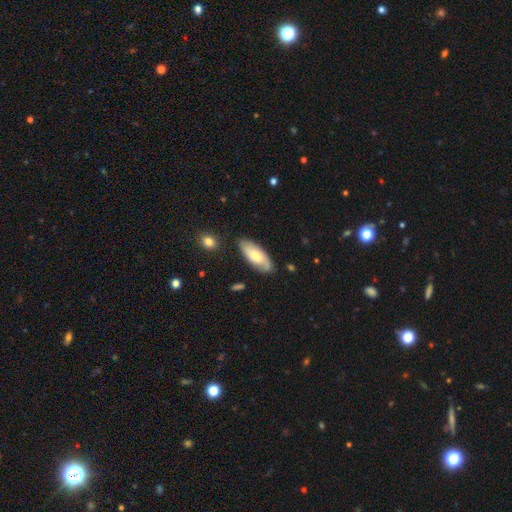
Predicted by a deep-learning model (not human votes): Morphology: type=smooth (54%); roundness=in between (84%); merging=none (80%).